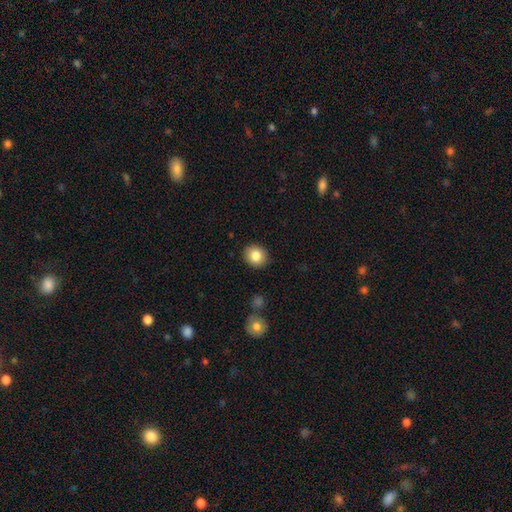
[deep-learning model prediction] smooth 84%, star or artifact 9%, featured or disk 7%. Down the decision tree: how rounded — round (74%); merging — none (90%).